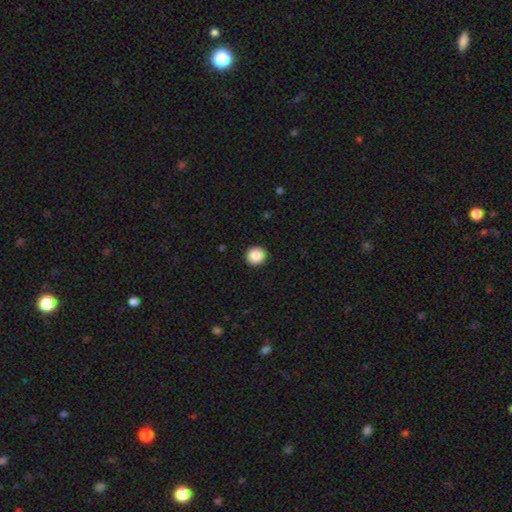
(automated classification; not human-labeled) A smooth galaxy with no disk features (89%) that is round (88%). Merging: none (92%).